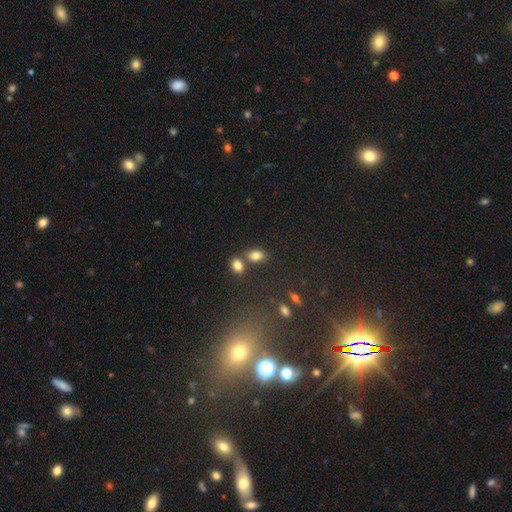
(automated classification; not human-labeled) This is clearly a smooth galaxy (81%). How rounded: clearly in between (83%). Merging: possibly none (60%).